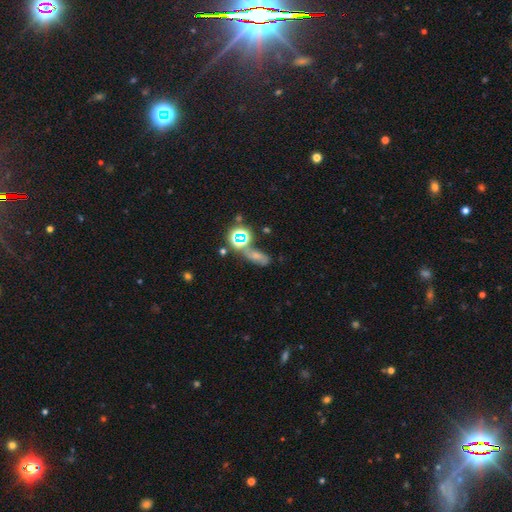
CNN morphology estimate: Smooth or featured? Predicted: smooth (p=0.43). Merging? Predicted: none (p=0.42).